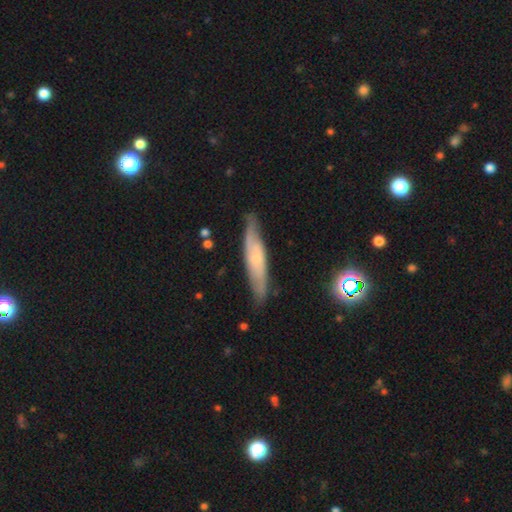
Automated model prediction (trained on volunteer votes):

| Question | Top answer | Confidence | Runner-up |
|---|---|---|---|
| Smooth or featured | featured or disk | 54% | smooth (40%) |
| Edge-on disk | yes | 57% | no (43%) |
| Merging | none | 79% | minor disturbance (16%) |